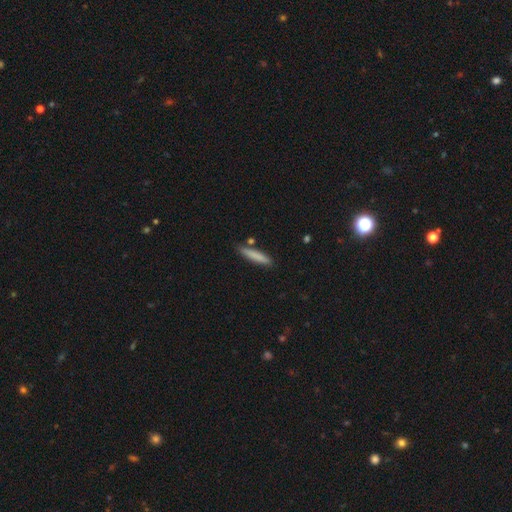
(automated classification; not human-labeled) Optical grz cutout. It shows a smooth galaxy with no disk features (80%) that is cigar-shaped (90%). Merging: none (82%).